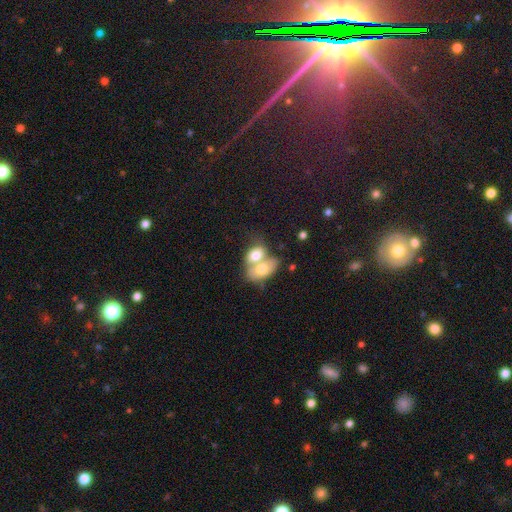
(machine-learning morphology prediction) smooth_or_featured: smooth (p=0.68) [alt: featured or disk p=0.25]
how_rounded: in between (p=0.76) [alt: round p=0.22]
merging: merger (p=0.78) [alt: none p=0.12]